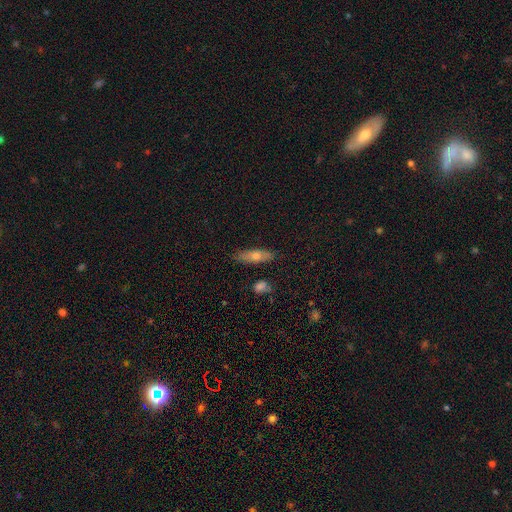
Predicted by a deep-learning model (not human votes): This appears to be a smooth galaxy with no disk features (55%) that is cigar-shaped (57%). Merging: none (85%).